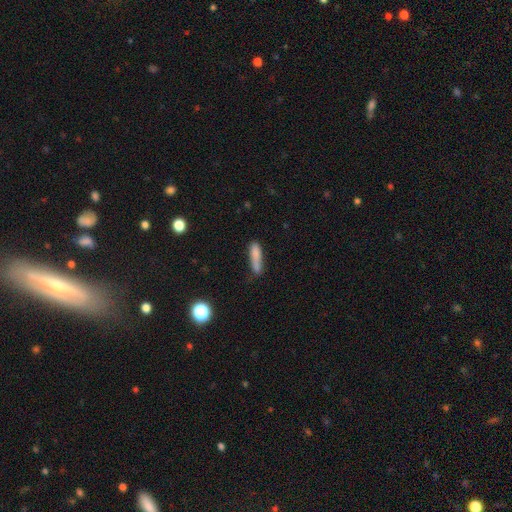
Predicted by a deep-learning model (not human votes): This appears to be a smooth galaxy with no disk features (80%) that is cigar-shaped (74%). Merging: none (53%).